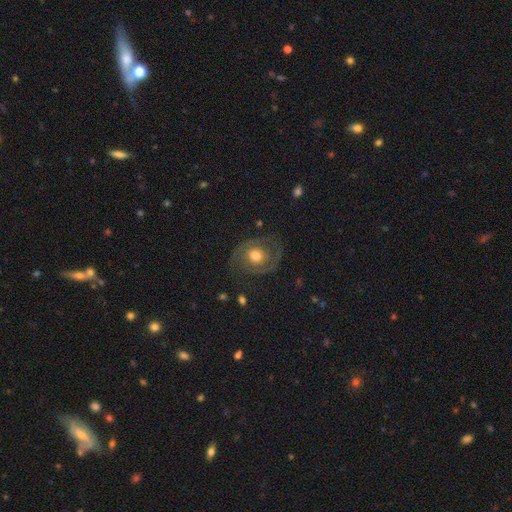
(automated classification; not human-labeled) smooth-or-featured: featured or disk: 72% | smooth: 21% | star or artifact: 7%
  disk-edge-on: no: 97% | yes: 3%
    bar: no: 79% | weak: 17% | strong: 4%
    has-spiral-arms: yes: 80% | no: 20%
      spiral-winding: medium: 44% | tight: 38% | loose: 18%
      spiral-arm-count: 2: 84% | can't tell: 7% | 1: 5% | 3: 2% | 4: 1% | more than 4: 1%
    bulge-size: moderate: 72% | large: 15% | small: 10% | dominant: 2% | none: 1%
  merging: none: 74% | minor disturbance: 15% | major disturbance: 9% | merger: 2%